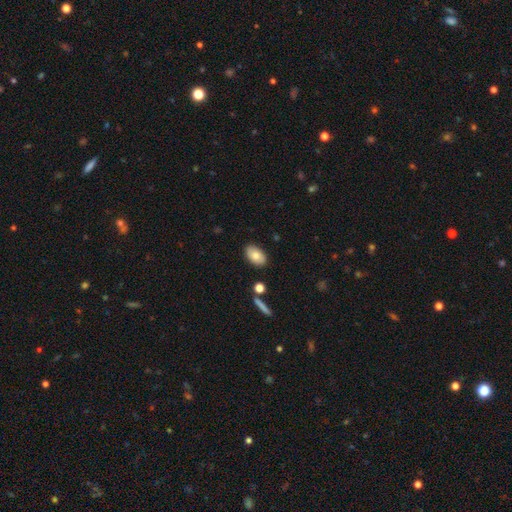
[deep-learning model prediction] Morphology: type=smooth (80%); roundness=in between (92%); merging=none (84%).